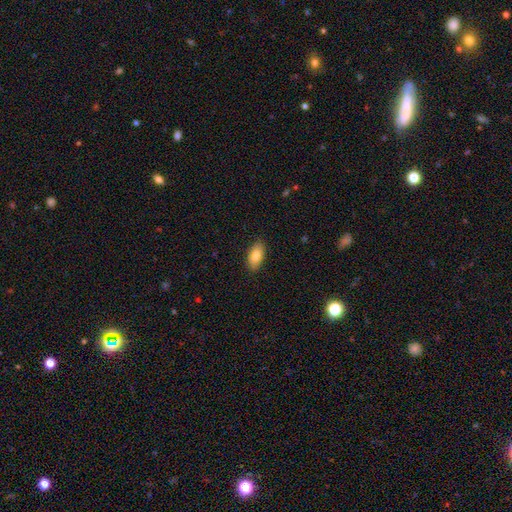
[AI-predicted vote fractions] smooth-or-featured: smooth: 83% | featured or disk: 11% | star or artifact: 7%
  how-rounded: in between: 90% | cigar-shaped: 7% | round: 3%
  merging: none: 89% | minor disturbance: 9% | major disturbance: 2% | merger: 1%